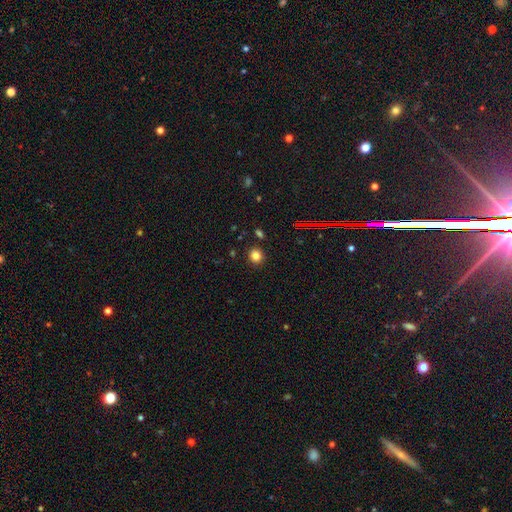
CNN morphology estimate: smooth 81%, star or artifact 14%, featured or disk 6%. Down the decision tree: how rounded — round (87%); merging — none (88%).